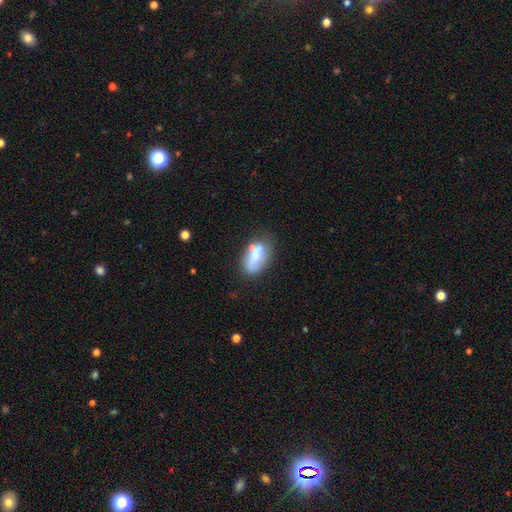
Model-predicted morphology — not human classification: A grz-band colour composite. It shows a smooth galaxy with no disk features (69%) that is in between round and cigar-shaped (84%). Merging: none (54%).